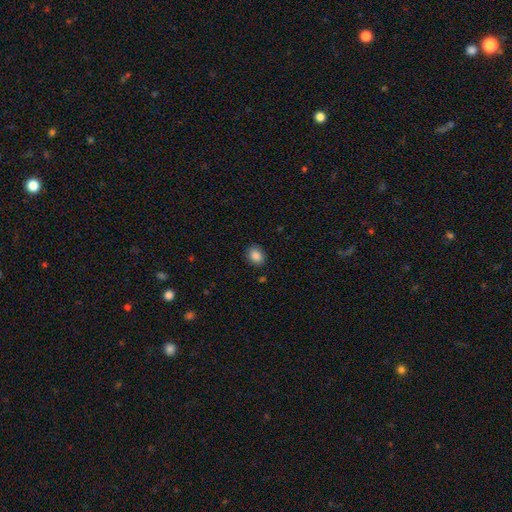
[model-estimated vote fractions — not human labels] This is clearly a smooth galaxy (87%). How rounded: possibly in between (54%). Merging: clearly none (87%).